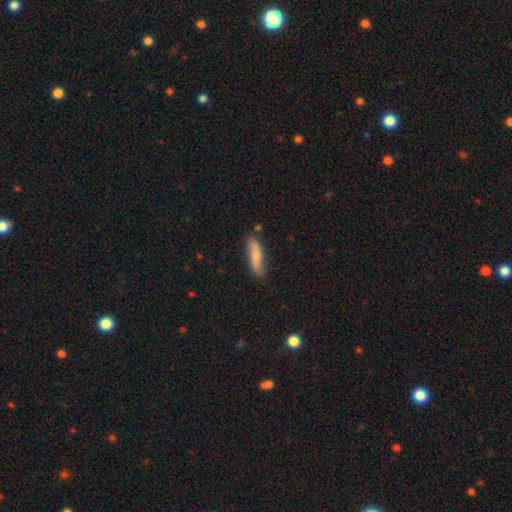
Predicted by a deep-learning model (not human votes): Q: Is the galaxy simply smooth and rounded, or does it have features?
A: smooth — 66%.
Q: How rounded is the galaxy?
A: cigar-shaped — 71%.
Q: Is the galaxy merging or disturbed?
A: none — 78%.